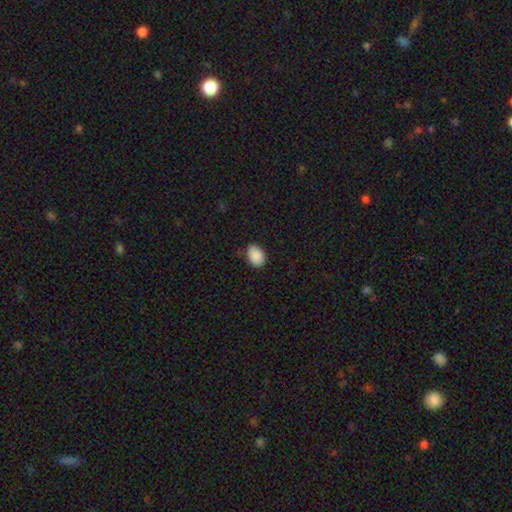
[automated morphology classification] This is clearly a smooth galaxy (89%). How rounded: likely in between (74%). Merging: likely none (77%).